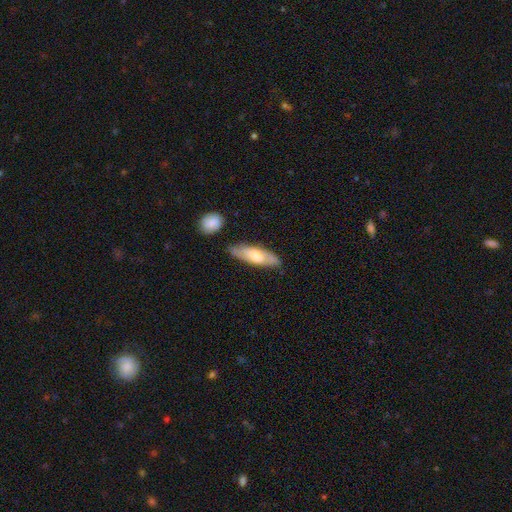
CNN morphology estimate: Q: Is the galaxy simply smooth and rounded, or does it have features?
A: smooth — 56%.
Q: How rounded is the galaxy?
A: cigar-shaped — 54%.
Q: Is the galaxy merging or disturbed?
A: none — 76%.